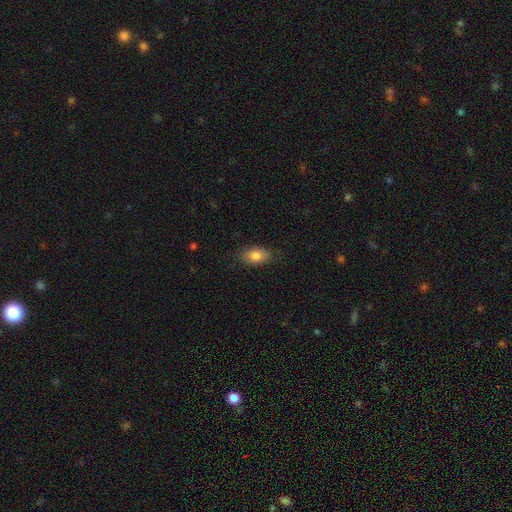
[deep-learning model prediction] smooth-or-featured: smooth: 82% | featured or disk: 11% | star or artifact: 7%
  how-rounded: in between: 90% | round: 6% | cigar-shaped: 4%
  merging: none: 83% | minor disturbance: 13% | major disturbance: 3% | merger: 1%